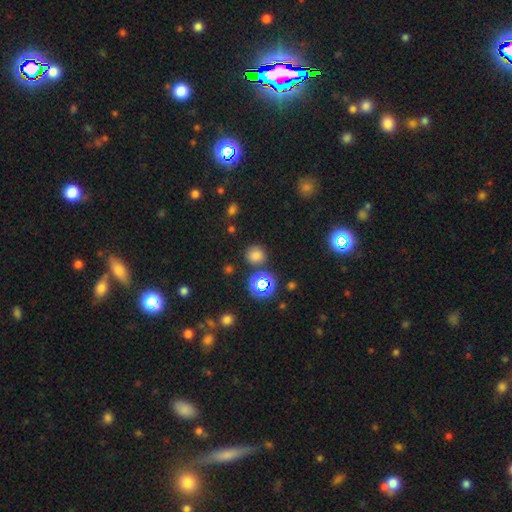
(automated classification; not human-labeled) Smooth or featured? smooth (72%)
How rounded? round (89%)
Merging? none (83%)